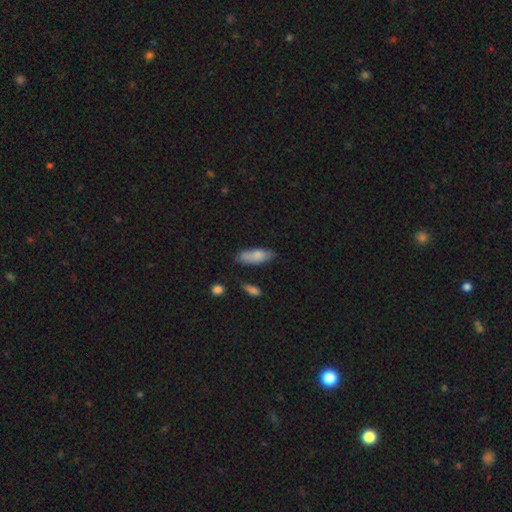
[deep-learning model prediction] Smooth or featured? smooth (80%)
How rounded? in between (68%)
Merging? none (67%)